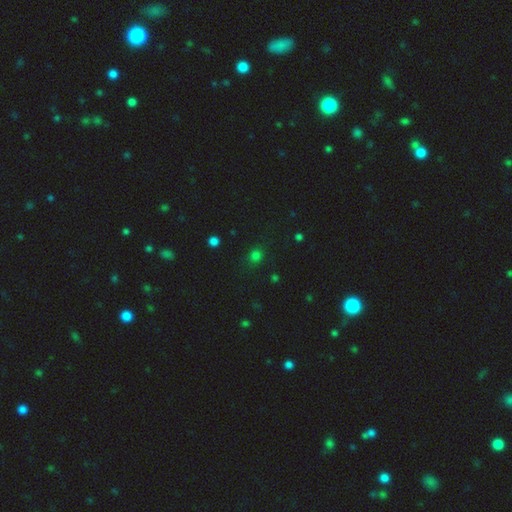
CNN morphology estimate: Q: Smooth or featured?
A: smooth (75%); runner-up: star or artifact (21%)
Q: How rounded?
A: round (83%); runner-up: in between (16%)
Q: Merging?
A: none (85%); runner-up: minor disturbance (10%)